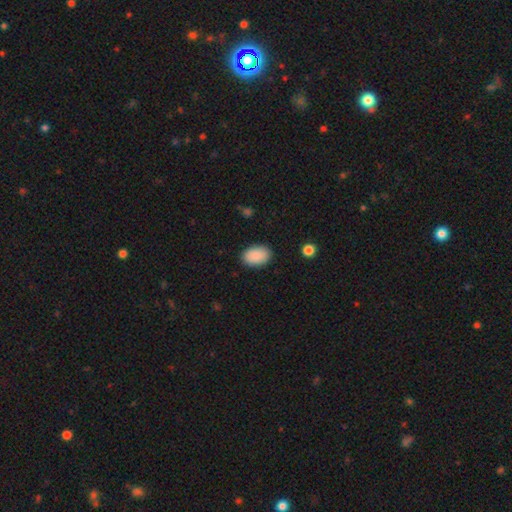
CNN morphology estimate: A smooth galaxy with no disk features (90%) that is in between round and cigar-shaped (89%). Merging: none (88%).